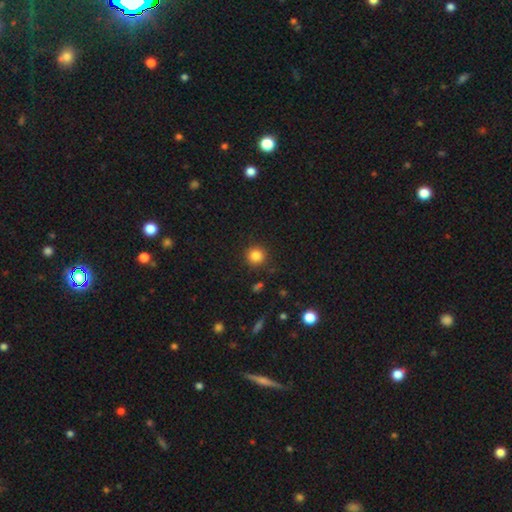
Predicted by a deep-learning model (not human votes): Smooth or featured? Predicted: smooth (p=0.84). How rounded? Predicted: round (p=0.94). Merging? Predicted: none (p=0.90).